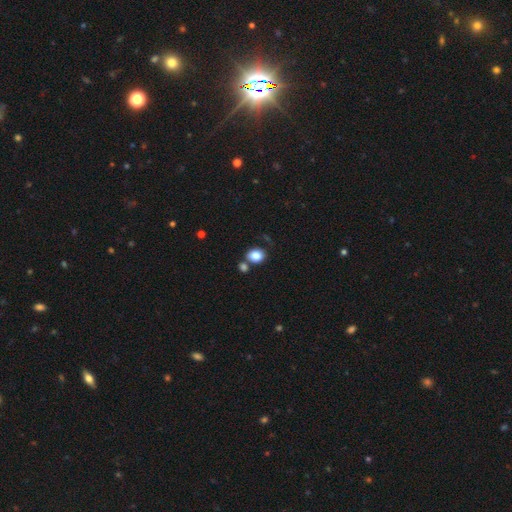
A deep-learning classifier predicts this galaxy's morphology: Smooth or featured? smooth (84%)
How rounded? round (53%)
Merging? none (67%)